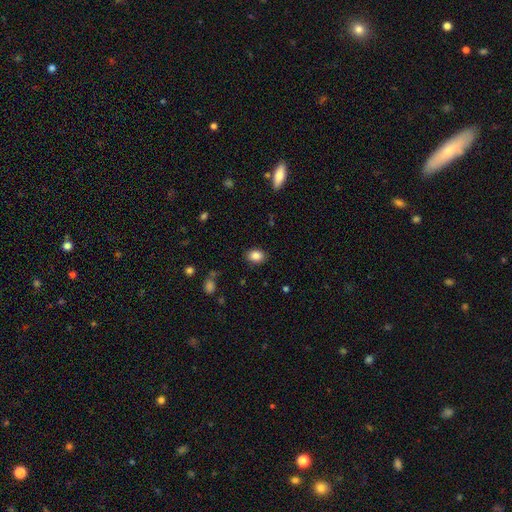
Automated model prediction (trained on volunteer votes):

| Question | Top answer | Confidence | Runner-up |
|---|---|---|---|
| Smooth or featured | smooth | 86% | star or artifact (9%) |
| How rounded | in between | 68% | round (31%) |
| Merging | none | 87% | minor disturbance (9%) |